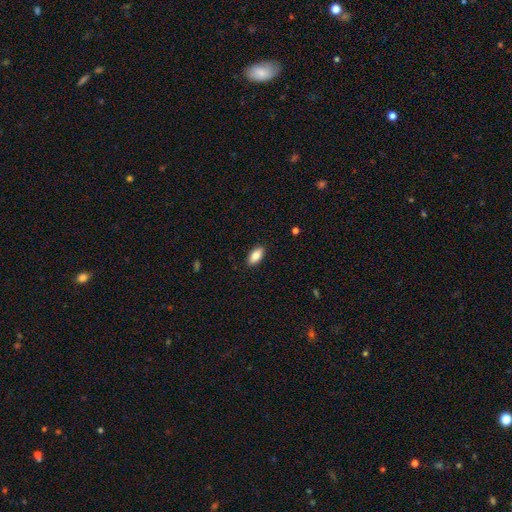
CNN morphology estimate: This appears to be a smooth galaxy with no disk features (84%) that is in between round and cigar-shaped (90%). Merging: none (89%).